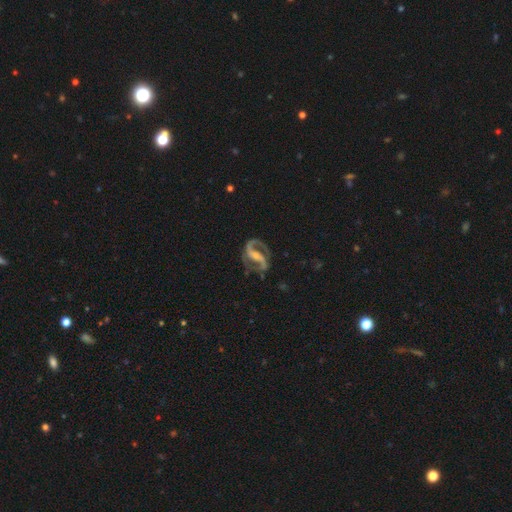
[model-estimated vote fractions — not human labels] This is clearly a featured or disk galaxy (90%). It is clearly not viewed edge-on (97%). Bar: possibly strong (50%). Spiral arm pattern: clearly yes (96%). Spiral arm count: clearly 2 (90%). Spiral winding: possibly medium (57%). Central bulge: possibly small (47%). Merging: likely none (67%).